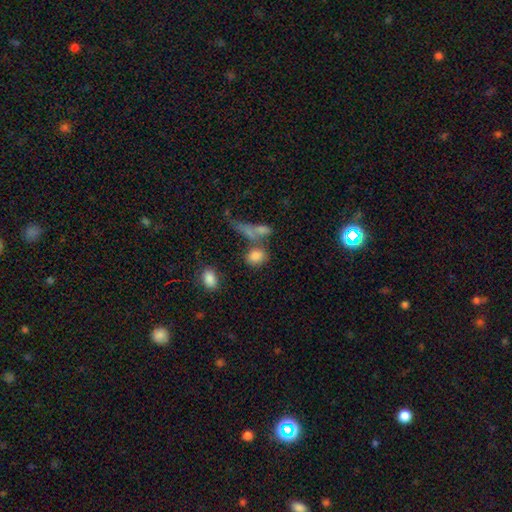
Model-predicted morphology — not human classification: The model was most divided on "merging": none: 51%, merger: 28%, minor disturbance: 13%, major disturbance: 8%. More confident: smooth or featured — smooth (82%); how rounded — in between (61%).